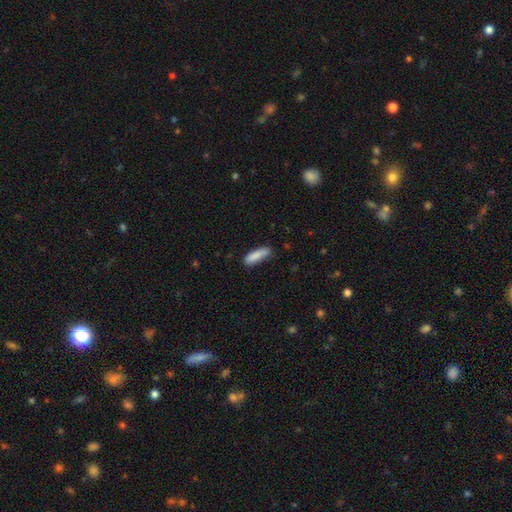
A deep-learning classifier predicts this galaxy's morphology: The model was most divided on "how rounded": cigar-shaped: 59%, in between: 39%, round: 2%. More confident: smooth or featured — smooth (87%); merging — none (79%).